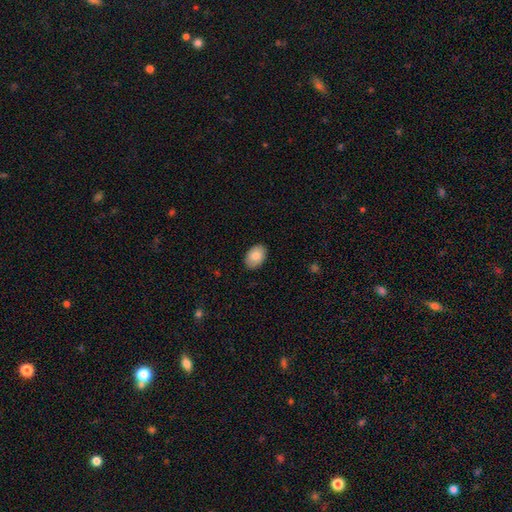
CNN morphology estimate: The model was most divided on "how rounded": in between: 86%, round: 13%, cigar-shaped: 1%. More confident: merging — none (88%); smooth or featured — smooth (84%).